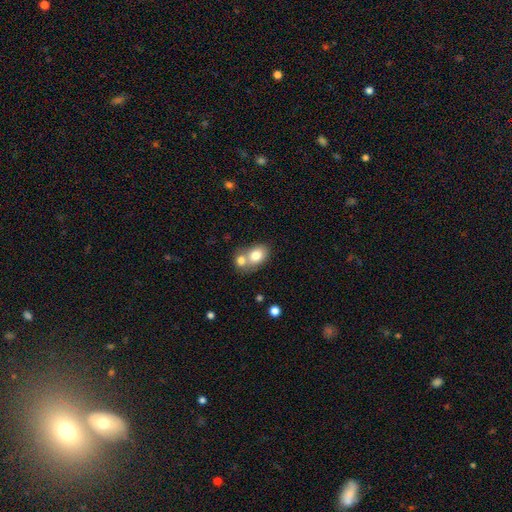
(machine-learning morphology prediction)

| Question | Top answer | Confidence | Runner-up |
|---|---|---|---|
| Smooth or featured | smooth | 77% | featured or disk (15%) |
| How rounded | in between | 65% | round (33%) |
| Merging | merger | 56% | none (32%) |